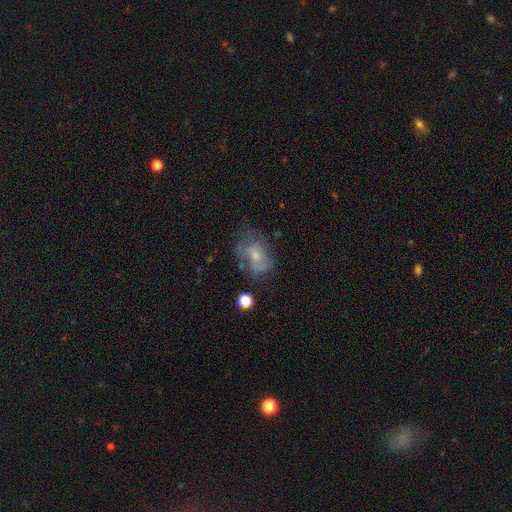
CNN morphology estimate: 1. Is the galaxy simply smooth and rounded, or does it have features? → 49% featured or disk, 40% smooth, 11% star or artifact.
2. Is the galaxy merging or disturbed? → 47% none, 26% minor disturbance, 23% major disturbance, 4% merger.